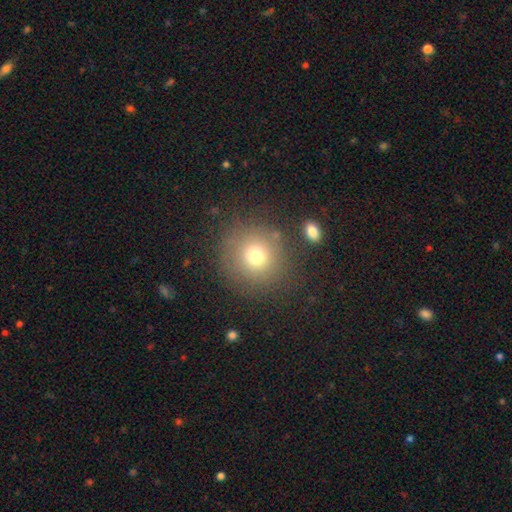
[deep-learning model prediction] smooth_or_featured: smooth (p=0.71) [alt: star or artifact p=0.16]
how_rounded: round (p=0.93) [alt: in between p=0.06]
merging: none (p=0.81) [alt: minor disturbance p=0.10]